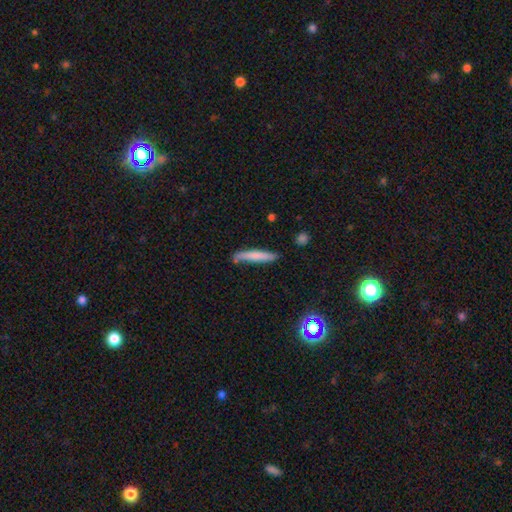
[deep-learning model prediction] This is likely a smooth galaxy (71%). How rounded: clearly cigar-shaped (92%). Merging: likely none (72%).